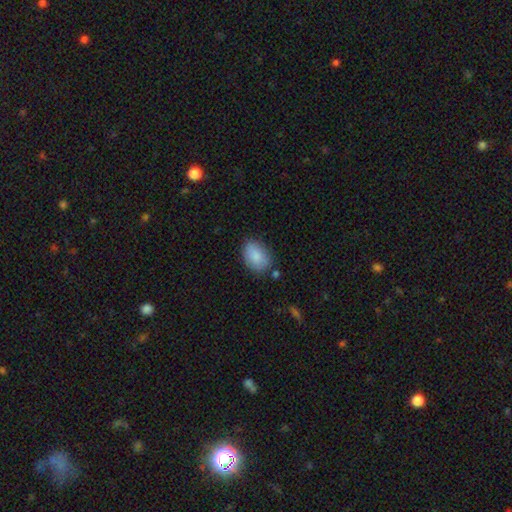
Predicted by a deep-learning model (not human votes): Morphology: type=smooth (87%); roundness=in between (82%); merging=none (77%).